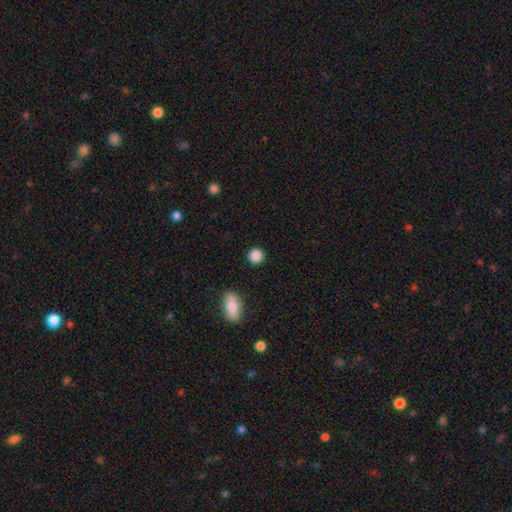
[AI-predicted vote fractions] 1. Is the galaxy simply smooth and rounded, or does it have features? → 88% smooth, 9% star or artifact, 3% featured or disk.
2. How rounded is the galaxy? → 91% round, 7% in between, 1% cigar-shaped.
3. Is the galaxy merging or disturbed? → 90% none, 6% minor disturbance, 2% major disturbance, 2% merger.